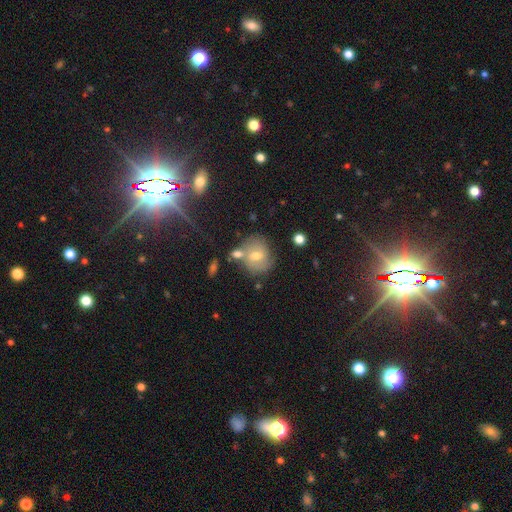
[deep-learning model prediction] A smooth galaxy with no disk features (50%). Merging: none (60%).